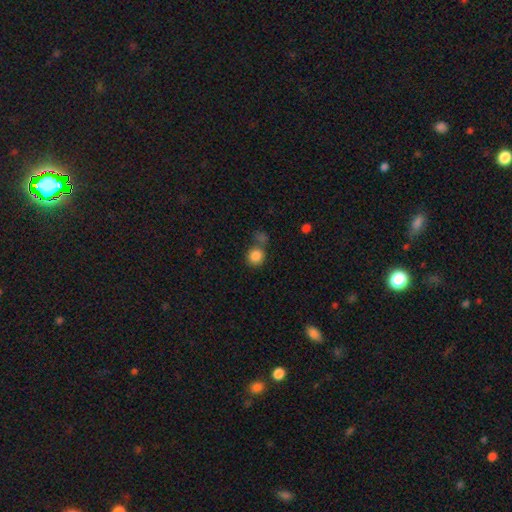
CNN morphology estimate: The model was most divided on "merging": none: 65%, merger: 19%, minor disturbance: 11%, major disturbance: 4%. More confident: how rounded — round (86%); smooth or featured — smooth (85%).